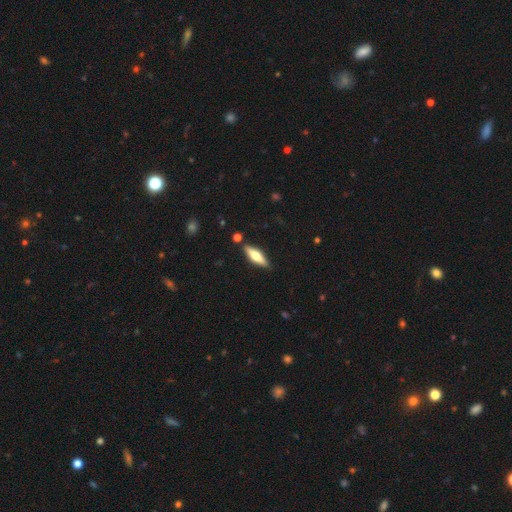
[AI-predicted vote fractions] The model was most divided on "how rounded": cigar-shaped: 52%, in between: 46%, round: 2%. More confident: merging — none (85%); smooth or featured — smooth (53%).